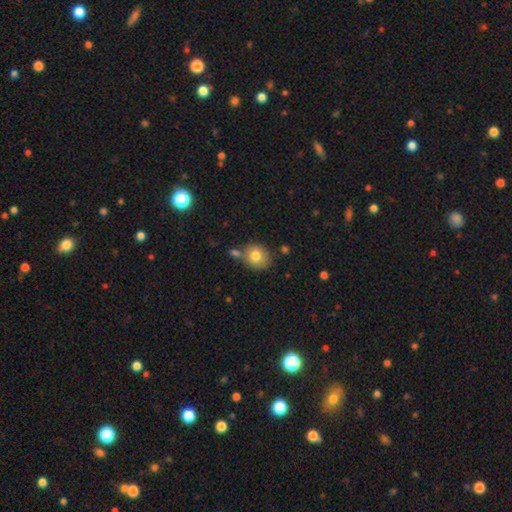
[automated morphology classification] The model was most divided on "how rounded": round: 71%, in between: 28%, cigar-shaped: 1%. More confident: smooth or featured — smooth (77%); merging — none (63%).